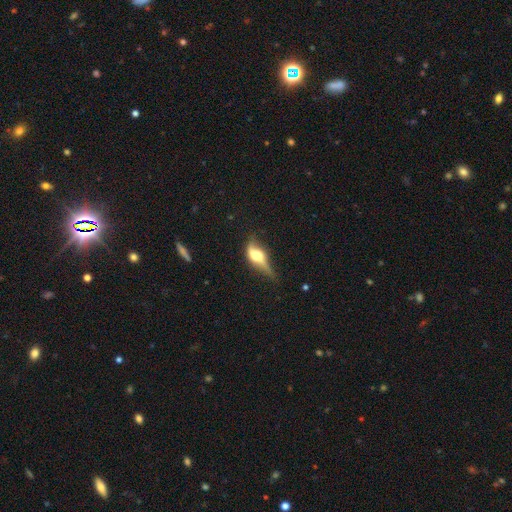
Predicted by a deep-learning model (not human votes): Smooth or featured: featured or disk — 54% (smooth — 38%)
Edge-on disk: yes — 56% (no — 44%)
Merging: none — 32% (minor disturbance — 31%)